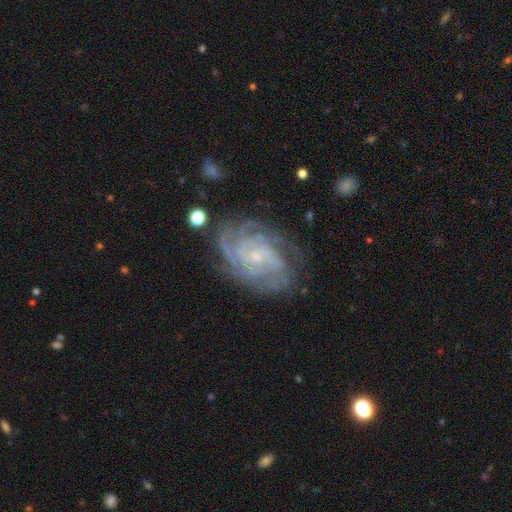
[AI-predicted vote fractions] Smooth or featured?
  - featured or disk: 88% *
  - star or artifact: 6%
  - smooth: 6%
Edge-on disk?
  - no: 97% *
  - yes: 3%
Bar?
  - no: 67% *
  - weak: 27%
  - strong: 6%
Spiral arms?
  - yes: 98% *
  - no: 2%
Spiral winding?
  - tight: 67% *
  - medium: 28%
  - loose: 5%
Spiral arm count?
  - 4: 30% *
  - can't tell: 23%
  - 3: 18%
  - more than 4: 12%
  - 2: 10%
  - 1: 7%
Bulge size?
  - small: 78% *
  - moderate: 16%
  - none: 3%
  - large: 1%
  - dominant: 1%
Merging?
  - none: 74% *
  - minor disturbance: 17%
  - major disturbance: 7%
  - merger: 2%